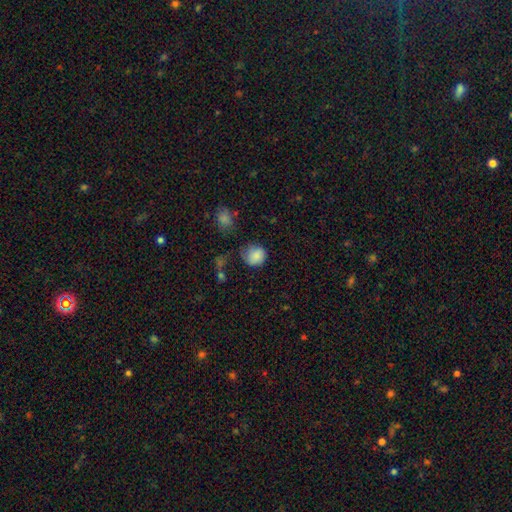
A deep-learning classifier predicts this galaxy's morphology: This appears to be a smooth galaxy with no disk features (83%) that is round (81%). Merging: none (58%).